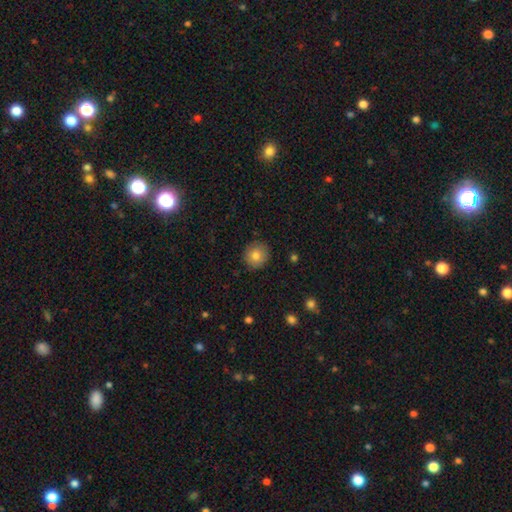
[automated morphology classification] type=smooth (82%); roundness=round (92%); merging=none (89%).